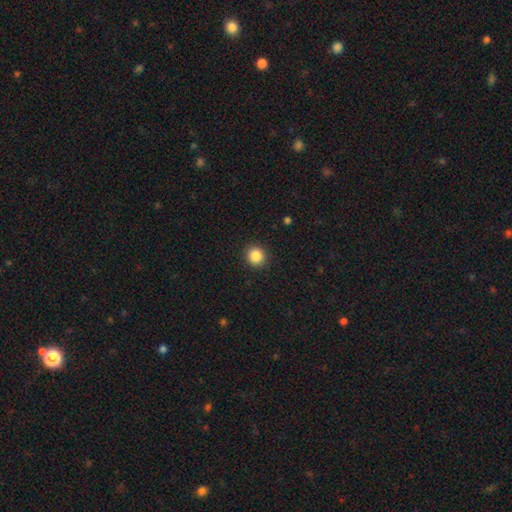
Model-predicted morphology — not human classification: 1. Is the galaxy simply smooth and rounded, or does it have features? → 86% smooth, 10% star or artifact, 3% featured or disk.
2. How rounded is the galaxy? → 90% round, 10% in between, 1% cigar-shaped.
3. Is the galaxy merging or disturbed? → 92% none, 6% minor disturbance, 2% major disturbance, 1% merger.